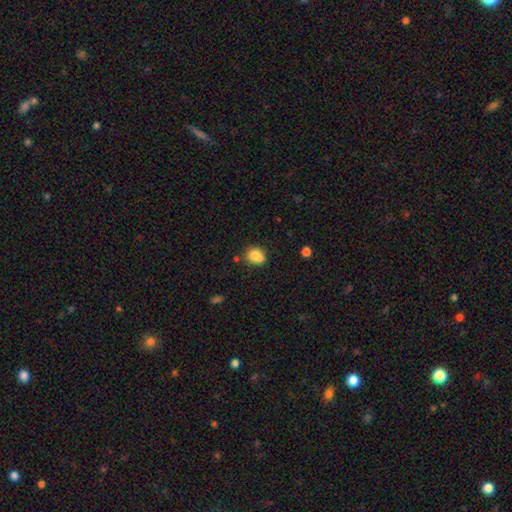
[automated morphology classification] smooth-or-featured: smooth: 79% | featured or disk: 11% | star or artifact: 10%
  how-rounded: round: 63% | in between: 36% | cigar-shaped: 1%
  merging: none: 52% | merger: 24% | minor disturbance: 18% | major disturbance: 5%